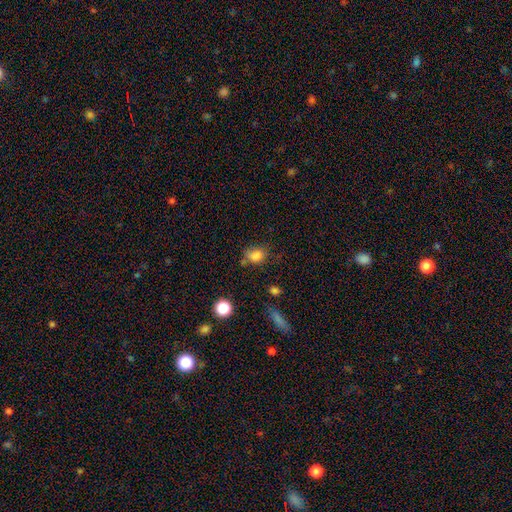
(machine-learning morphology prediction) A smooth galaxy with no disk features (80%) that is in between round and cigar-shaped (64%).

Vote fractions:
- Smooth or featured? smooth: 80% / star or artifact: 13% / featured or disk: 7%
- How rounded? in between: 64% / round: 34% / cigar-shaped: 2%
- Merging? none: 54% / minor disturbance: 26% / merger: 10% / major disturbance: 10%